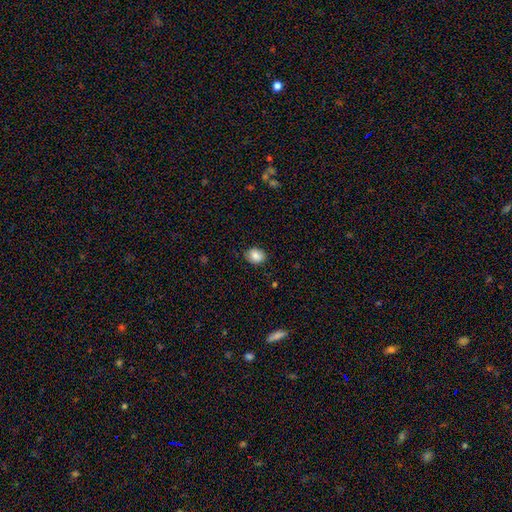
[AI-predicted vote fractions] smooth 85%, star or artifact 8%, featured or disk 6%. Down the decision tree: how rounded — round (50%); merging — none (83%).